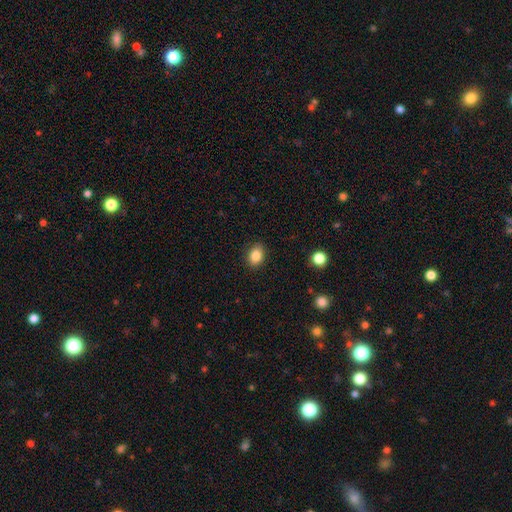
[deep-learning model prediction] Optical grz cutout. It shows a smooth galaxy with no disk features (85%) that is in between round and cigar-shaped (68%). Merging: none (87%).